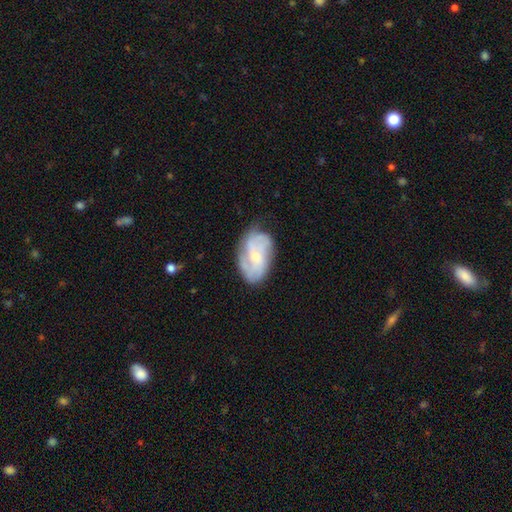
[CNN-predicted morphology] Smooth or featured: featured or disk — 70% (smooth — 23%)
Edge-on disk: no — 96% (yes — 4%)
Bar: no — 60% (weak — 33%)
Spiral arms: yes — 85% (no — 15%)
Spiral winding: medium — 42% (tight — 36%)
Spiral arm count: can't tell — 32% (2 — 26%)
Bulge size: small — 55% (moderate — 39%)
Merging: none — 65% (minor disturbance — 25%)